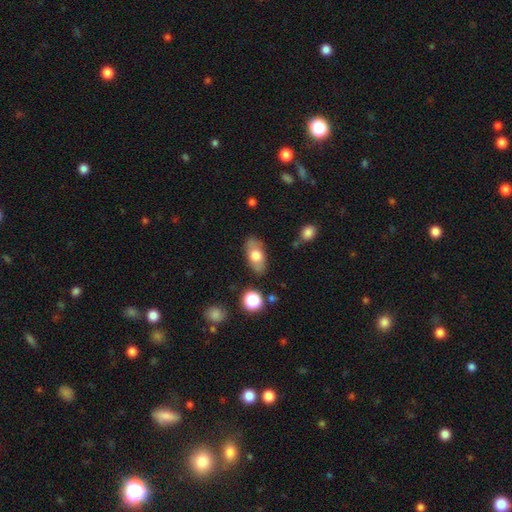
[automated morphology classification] Smooth or featured? Predicted: smooth (p=0.64). How rounded? Predicted: in between (p=0.88). Merging? Predicted: none (p=0.79).